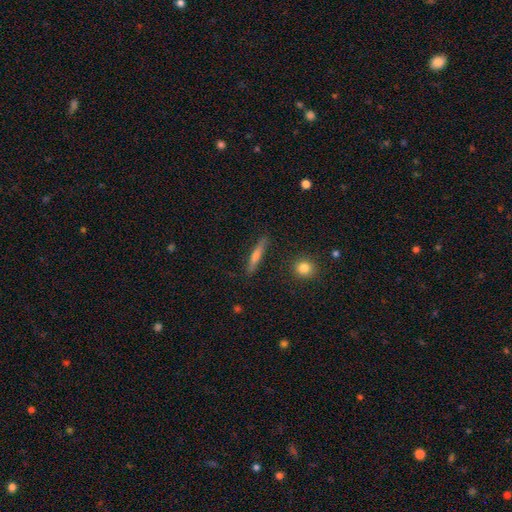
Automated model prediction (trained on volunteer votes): A smooth galaxy with no disk features (52%) that is cigar-shaped (89%).

Vote fractions:
- Smooth or featured? smooth: 52% / featured or disk: 40% / star or artifact: 8%
- How rounded? cigar-shaped: 89% / in between: 8% / round: 3%
- Merging? none: 88% / minor disturbance: 8% / major disturbance: 2% / merger: 2%